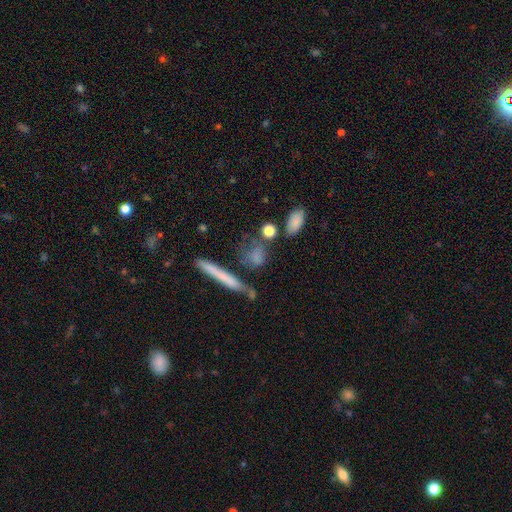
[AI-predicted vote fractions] Smooth or featured? Predicted: smooth (p=0.73). How rounded? Predicted: round (p=0.41). Merging? Predicted: none (p=0.56).